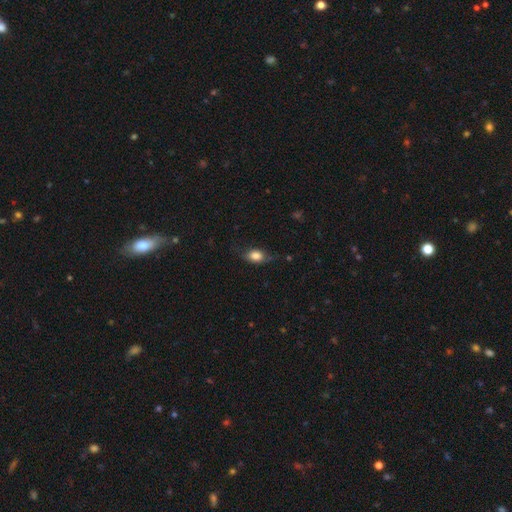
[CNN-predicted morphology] Q: Smooth or featured?
A: smooth (77%); runner-up: featured or disk (14%)
Q: How rounded?
A: in between (77%); runner-up: round (19%)
Q: Merging?
A: none (61%); runner-up: minor disturbance (27%)